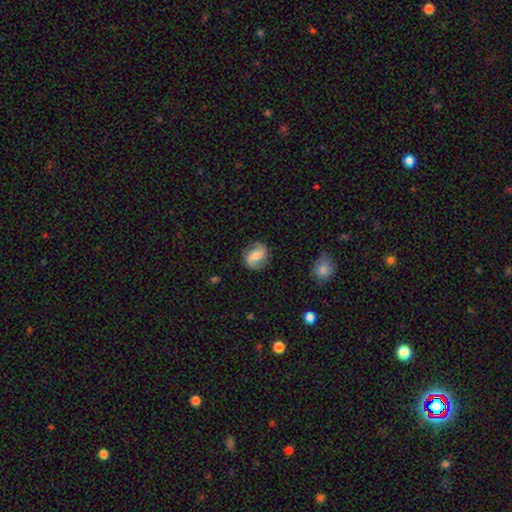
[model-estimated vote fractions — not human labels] smooth-or-featured: featured or disk: 59% | smooth: 34% | star or artifact: 7%
  disk-edge-on: no: 97% | yes: 3%
    bar: weak: 43% | no: 39% | strong: 18%
    has-spiral-arms: yes: 91% | no: 9%
      spiral-winding: loose: 50% | medium: 36% | tight: 15%
      spiral-arm-count: 2: 89% | can't tell: 5% | 1: 3% | 3: 1% | 4: 1% | more than 4: 1%
    bulge-size: moderate: 47% | small: 35% | none: 8% | large: 8% | dominant: 2%
  merging: none: 80% | minor disturbance: 14% | major disturbance: 5% | merger: 2%